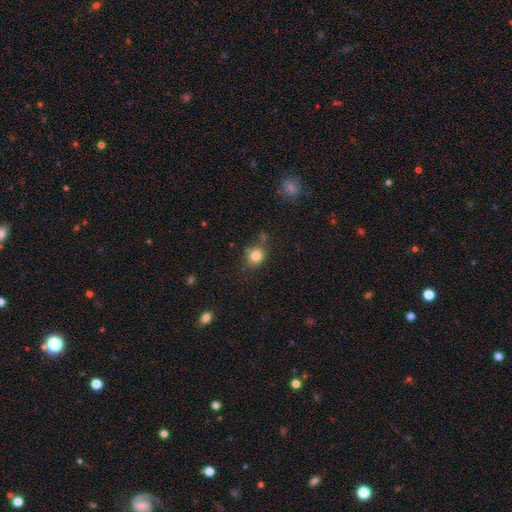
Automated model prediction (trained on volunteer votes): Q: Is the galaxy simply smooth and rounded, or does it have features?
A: smooth — 82%.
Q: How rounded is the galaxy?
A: round — 73%.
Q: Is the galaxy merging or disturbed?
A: none — 73%.